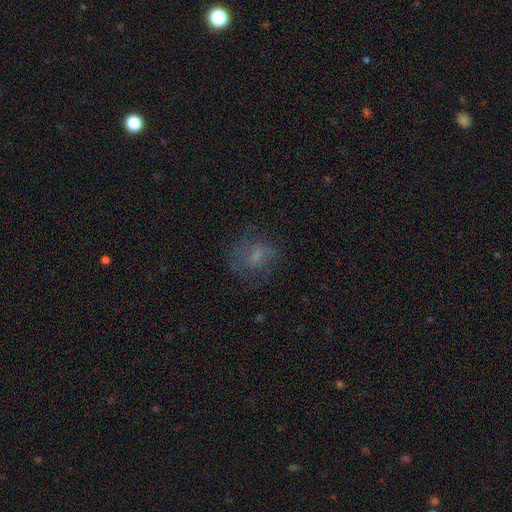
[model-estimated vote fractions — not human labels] A smooth galaxy with no disk features (46%).

Vote fractions:
- Smooth or featured? smooth: 46% / featured or disk: 37% / star or artifact: 17%
- Merging? none: 60% / major disturbance: 19% / minor disturbance: 19% / merger: 2%